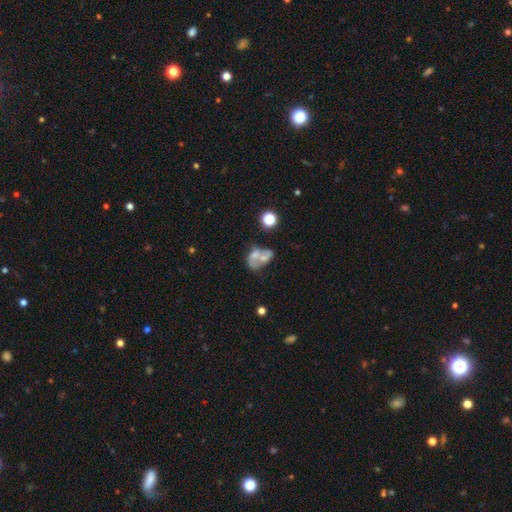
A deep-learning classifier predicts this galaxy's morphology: Smooth or featured? Predicted: featured or disk (p=0.47). Merging? Predicted: merger (p=0.55).